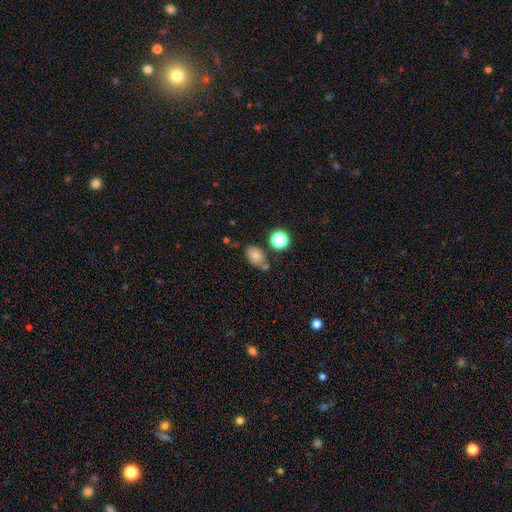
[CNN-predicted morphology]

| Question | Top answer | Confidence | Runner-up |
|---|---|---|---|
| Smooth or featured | smooth | 78% | star or artifact (13%) |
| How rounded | in between | 78% | round (20%) |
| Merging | none | 59% | minor disturbance (20%) |